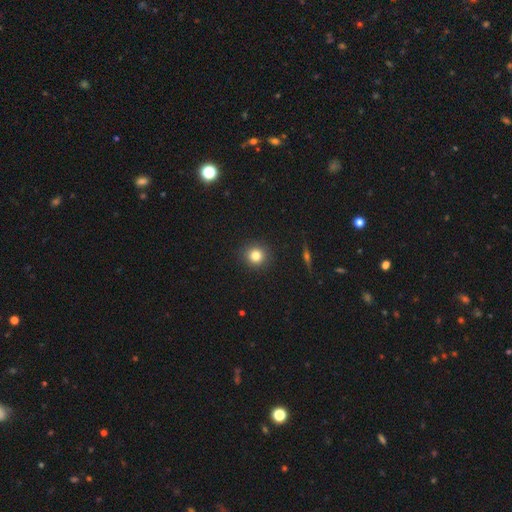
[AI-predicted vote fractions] This is clearly a smooth galaxy (81%). How rounded: clearly round (93%). Merging: clearly none (92%).